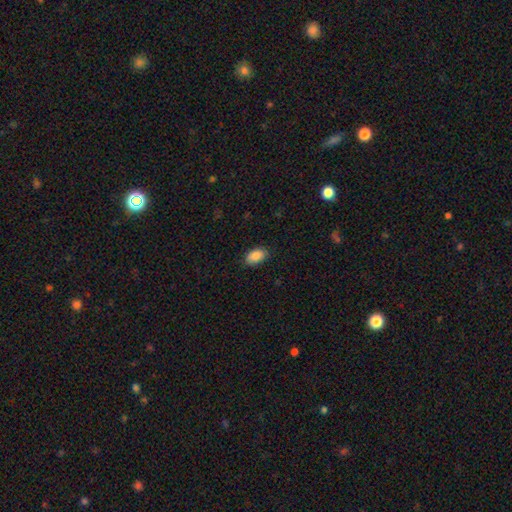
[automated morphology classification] Q: Smooth or featured?
A: smooth (86%); runner-up: star or artifact (7%)
Q: How rounded?
A: in between (93%); runner-up: round (6%)
Q: Merging?
A: none (84%); runner-up: minor disturbance (13%)